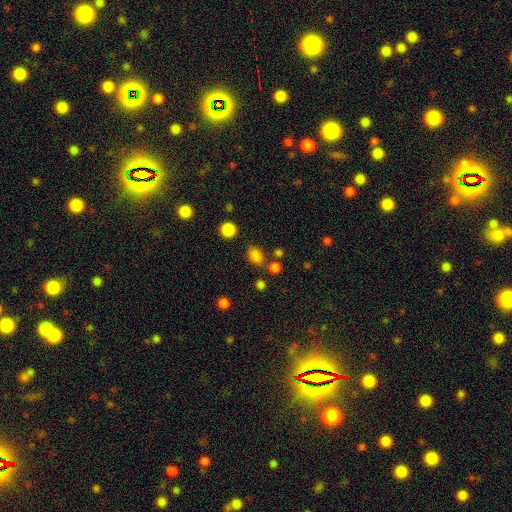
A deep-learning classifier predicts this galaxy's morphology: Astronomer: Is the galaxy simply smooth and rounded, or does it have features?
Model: smooth — 81%.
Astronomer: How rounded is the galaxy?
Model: in between — 56% (runner-up: round, 43%).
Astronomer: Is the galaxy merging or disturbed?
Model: none — 74%.